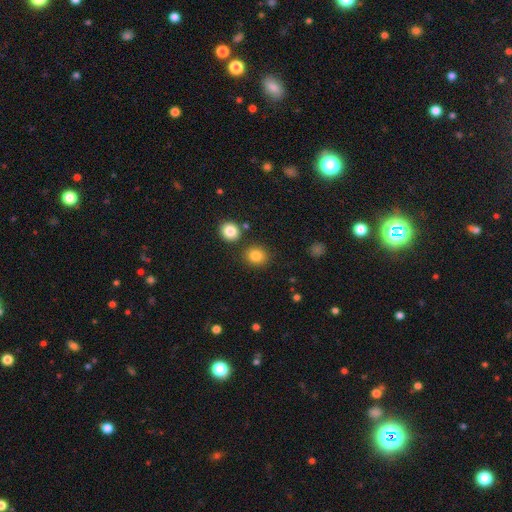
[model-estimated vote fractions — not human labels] A smooth galaxy with no disk features (84%) that is round (76%). Merging: none (83%).